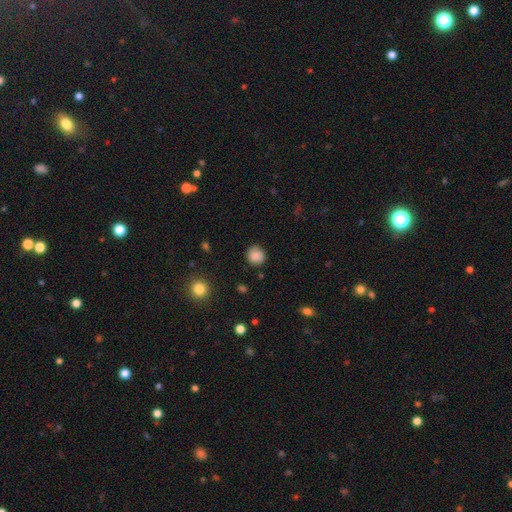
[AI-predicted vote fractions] Morphology: type=smooth (87%); roundness=round (86%); merging=none (85%).